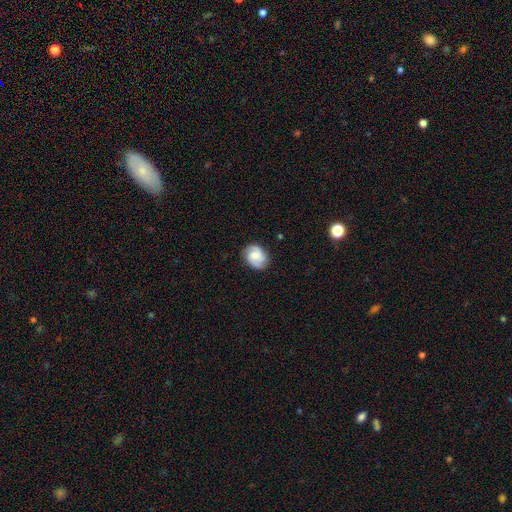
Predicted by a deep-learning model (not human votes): smooth_or_featured: featured or disk (p=0.61) [alt: smooth p=0.31]
disk_edge_on: no (p=0.98) [alt: yes p=0.02]
bar: no (p=0.56) [alt: weak p=0.37]
has_spiral_arms: yes (p=0.93) [alt: no p=0.07]
spiral_winding: medium (p=0.43) [alt: tight p=0.40]
spiral_arm_count: 2 (p=0.61) [alt: 3 p=0.19]
bulge_size: moderate (p=0.48) [alt: small p=0.37]
merging: none (p=0.80) [alt: minor disturbance p=0.15]